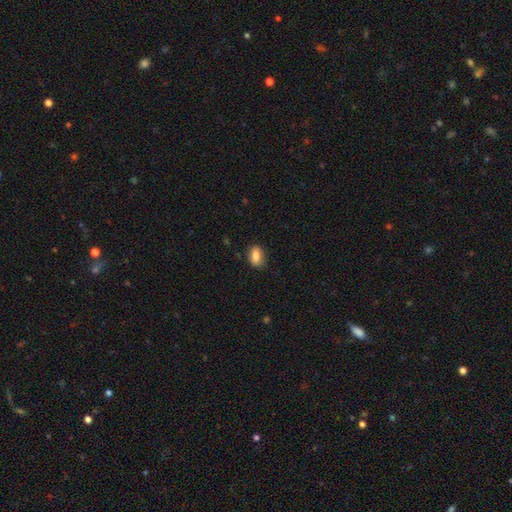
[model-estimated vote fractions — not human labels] smooth-or-featured: smooth: 81% | featured or disk: 11% | star or artifact: 8%
  how-rounded: in between: 84% | round: 11% | cigar-shaped: 5%
  merging: none: 81% | minor disturbance: 14% | major disturbance: 3% | merger: 1%